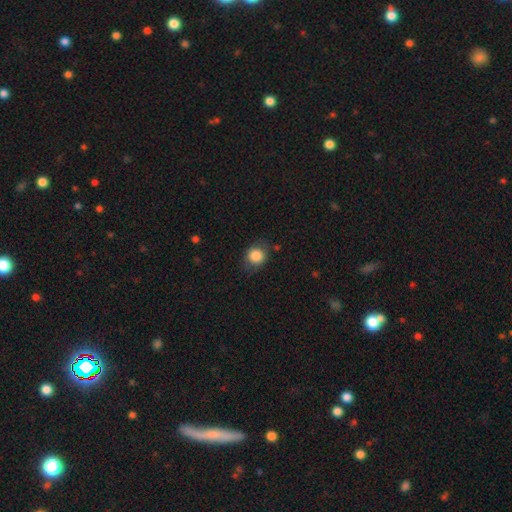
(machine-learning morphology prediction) This is clearly a smooth galaxy (85%). How rounded: likely round (75%). Merging: likely none (75%).